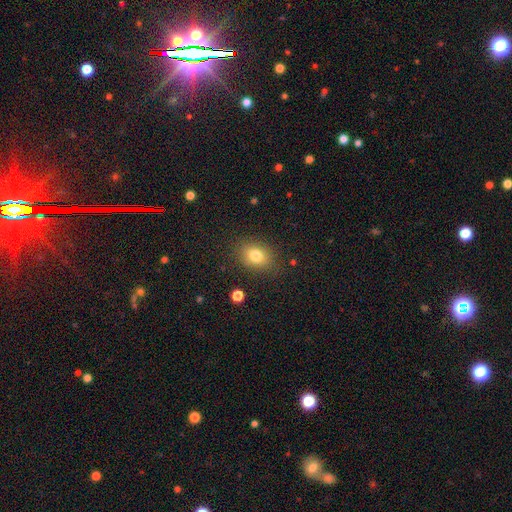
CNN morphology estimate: smooth-or-featured: smooth: 79% | star or artifact: 11% | featured or disk: 10%
  how-rounded: in between: 66% | round: 33% | cigar-shaped: 1%
  merging: none: 83% | minor disturbance: 11% | major disturbance: 4% | merger: 2%